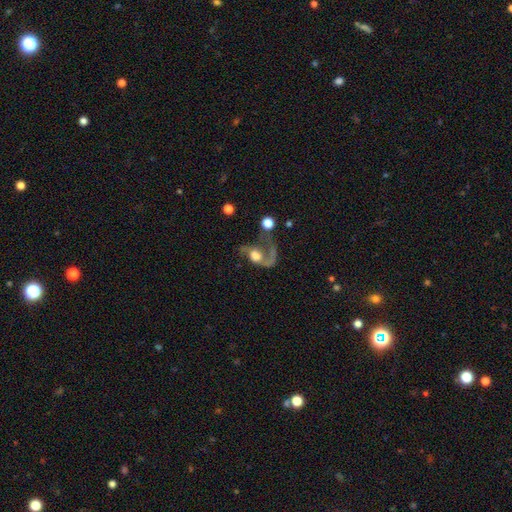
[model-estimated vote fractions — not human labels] The model was most divided on "bulge size": large: 39%, moderate: 35%, small: 10%, none: 8%, dominant: 7%. Remaining: edge-on disk — no (97%); spiral arms — yes (80%); bar — no (72%); smooth or featured — featured or disk (64%); merging — major disturbance (50%).